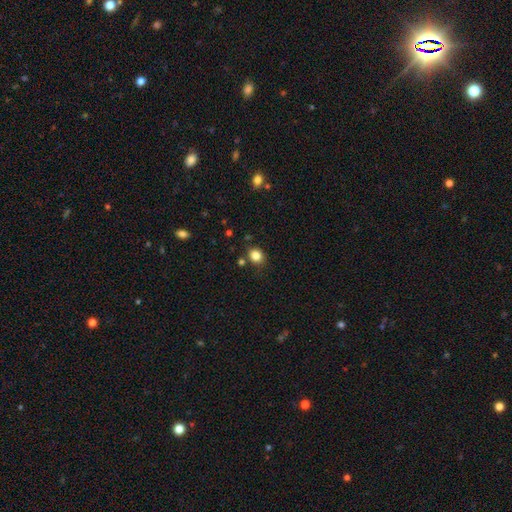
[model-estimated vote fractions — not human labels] smooth_or_featured: smooth (p=0.84) [alt: star or artifact p=0.11]
how_rounded: round (p=0.64) [alt: in between p=0.35]
merging: none (p=0.80) [alt: minor disturbance p=0.12]